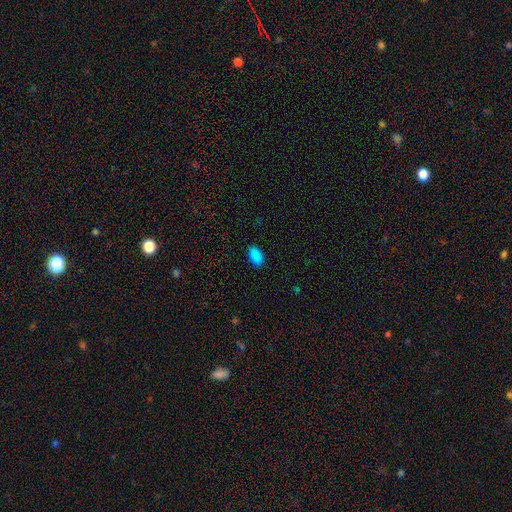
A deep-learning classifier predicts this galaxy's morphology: This is clearly a smooth galaxy (89%). How rounded: clearly in between (95%). Merging: clearly none (89%).